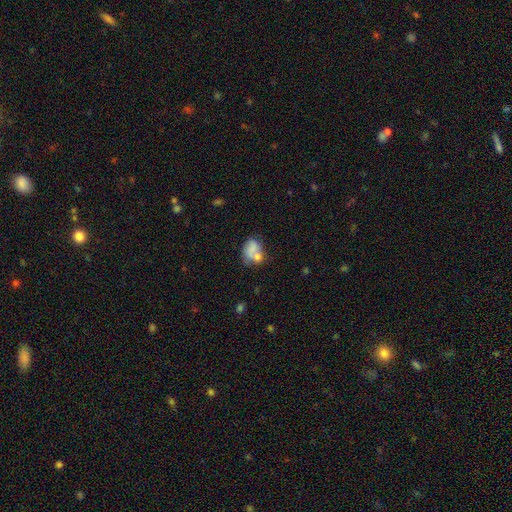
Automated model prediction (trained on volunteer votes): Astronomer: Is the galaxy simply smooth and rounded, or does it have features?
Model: smooth — 60%.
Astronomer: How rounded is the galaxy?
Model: in between — 55% (runner-up: round, 43%).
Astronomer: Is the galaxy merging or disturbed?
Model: none — 37% (runner-up: merger, 36%).